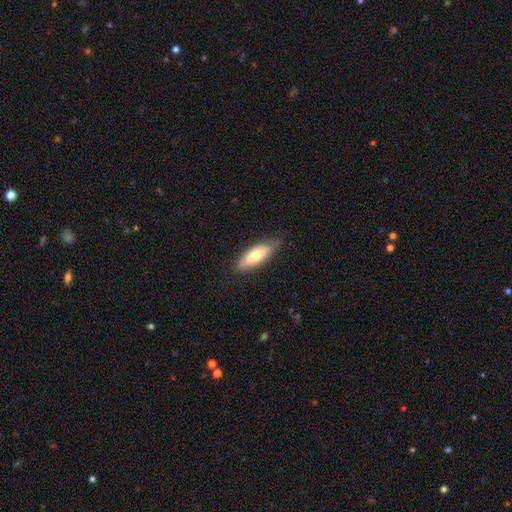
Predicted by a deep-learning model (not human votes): This appears to be a smooth galaxy with no disk features (71%) that is in between round and cigar-shaped (62%). Merging: none (80%).